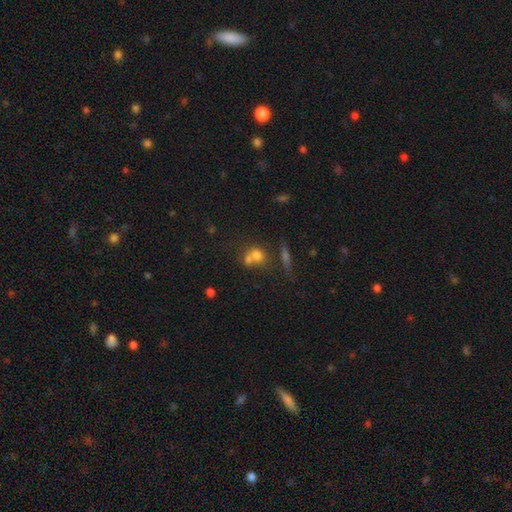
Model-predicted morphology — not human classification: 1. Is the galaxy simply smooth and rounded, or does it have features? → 68% smooth, 17% featured or disk, 15% star or artifact.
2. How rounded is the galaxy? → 62% round, 35% in between, 3% cigar-shaped.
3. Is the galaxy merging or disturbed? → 55% merger, 31% none, 8% minor disturbance, 6% major disturbance.